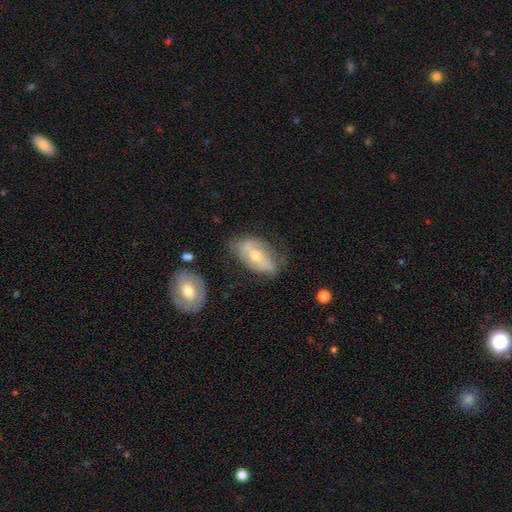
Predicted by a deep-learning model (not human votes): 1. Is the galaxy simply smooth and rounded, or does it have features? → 62% featured or disk, 31% smooth, 7% star or artifact.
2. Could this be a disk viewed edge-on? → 90% no, 10% yes.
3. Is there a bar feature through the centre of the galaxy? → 46% no, 30% weak, 24% strong.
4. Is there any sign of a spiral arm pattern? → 67% yes, 33% no.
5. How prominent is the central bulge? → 58% moderate, 37% small, 2% large, 1% none, 1% dominant.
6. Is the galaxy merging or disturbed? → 57% none, 28% minor disturbance, 11% major disturbance, 3% merger.